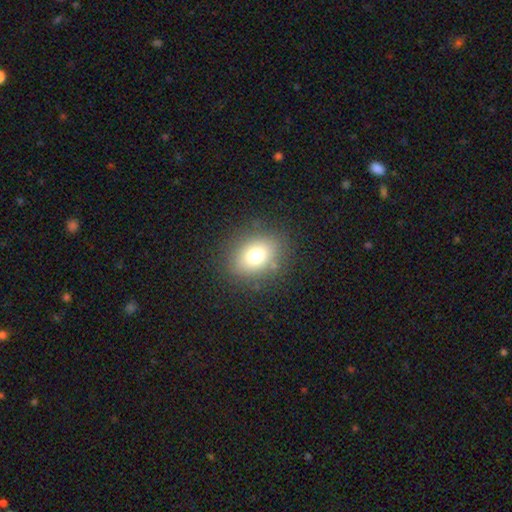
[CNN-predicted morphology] Overall: smooth (75%). How rounded: in between (58%; round 41%). Merging: none (83%).